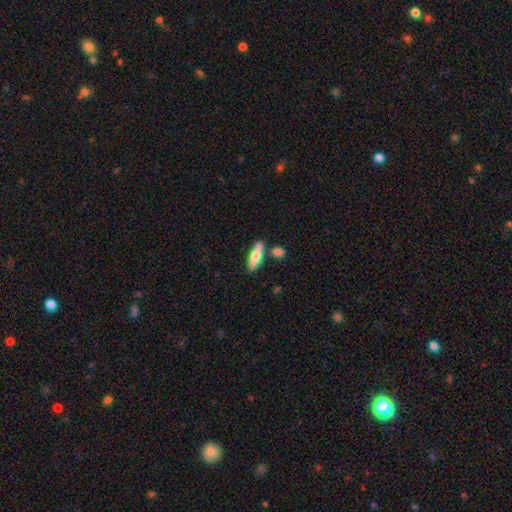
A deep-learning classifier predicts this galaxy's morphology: Smooth or featured?
  - smooth: 65% *
  - featured or disk: 29%
  - star or artifact: 6%
How rounded?
  - cigar-shaped: 50% *
  - in between: 47%
  - round: 3%
Merging?
  - none: 67% *
  - merger: 16%
  - minor disturbance: 14%
  - major disturbance: 3%